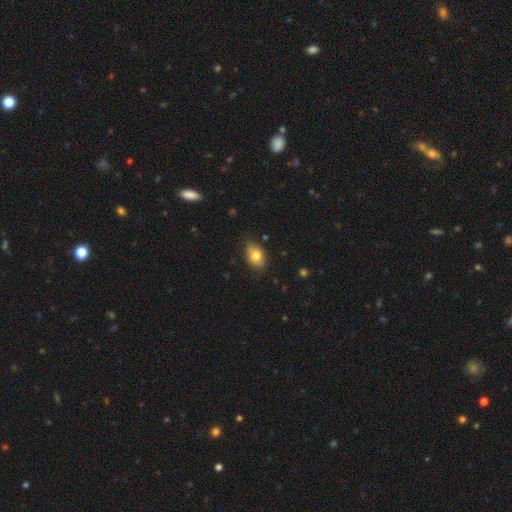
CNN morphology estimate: A smooth galaxy with no disk features (74%) that is in between round and cigar-shaped (82%).

Vote fractions:
- Smooth or featured? smooth: 74% / featured or disk: 17% / star or artifact: 8%
- How rounded? in between: 82% / round: 15% / cigar-shaped: 2%
- Merging? none: 75% / minor disturbance: 20% / major disturbance: 3% / merger: 1%